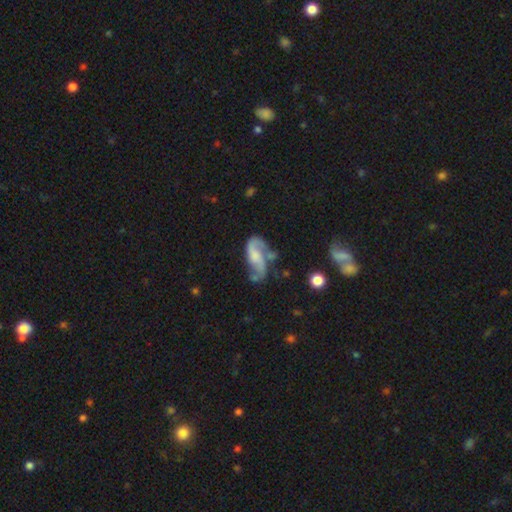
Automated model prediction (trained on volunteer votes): This appears to be a featured or disk galaxy (76%) with no bar (48%), 2 (87%) loose (59%) spiral arms (92%) and a moderate central bulge (32%). Merging: none (46%).